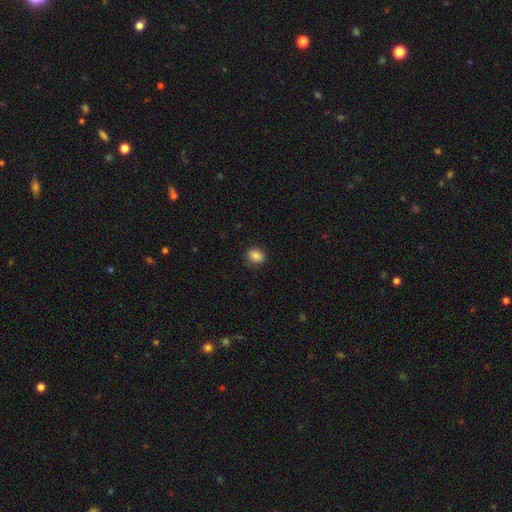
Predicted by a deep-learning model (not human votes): This appears to be a smooth galaxy with no disk features (84%) that is in between round and cigar-shaped (53%). Merging: none (83%).